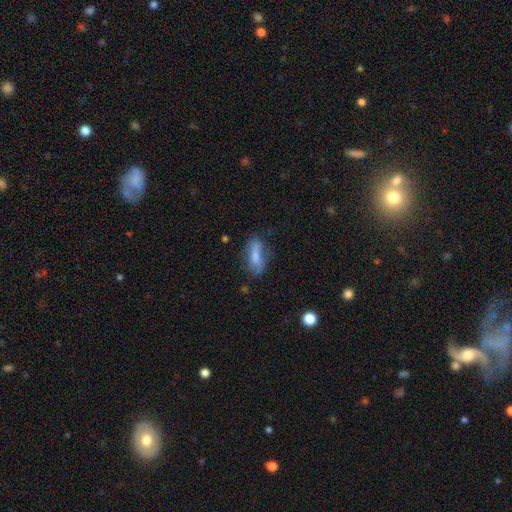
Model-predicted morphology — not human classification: smooth_or_featured: smooth (p=0.64) [alt: featured or disk p=0.27]
how_rounded: in between (p=0.69) [alt: cigar-shaped p=0.27]
merging: none (p=0.56) [alt: minor disturbance p=0.27]